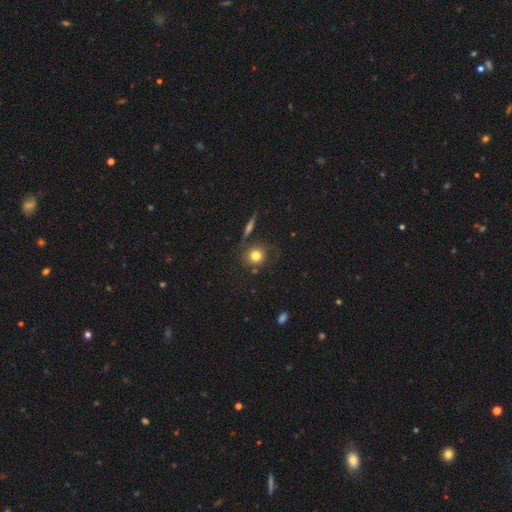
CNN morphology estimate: Overall: smooth (77%). How rounded: round (84%). Merging: none (73%).